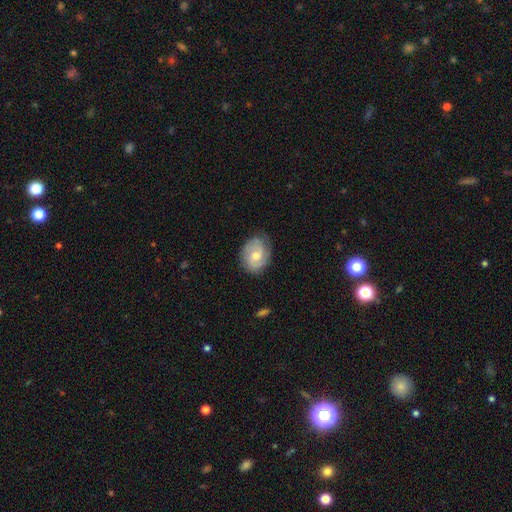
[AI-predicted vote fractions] Smooth or featured? Predicted: featured or disk (p=0.55). Edge-on disk? Predicted: no (p=0.97). Bar? Predicted: no (p=0.62). Spiral arms? Predicted: yes (p=0.86). Bulge size? Predicted: moderate (p=0.61). Merging? Predicted: none (p=0.73).